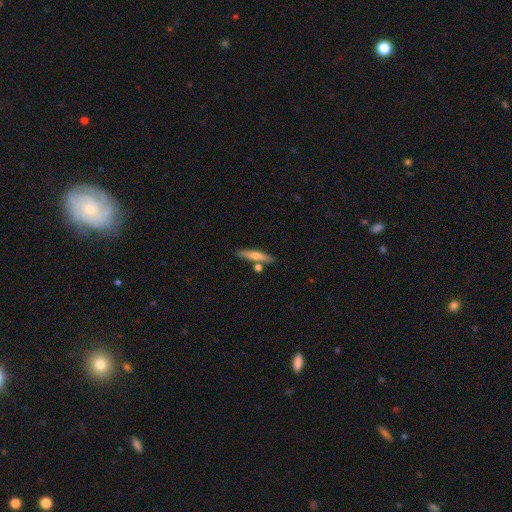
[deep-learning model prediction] smooth 59%, featured or disk 35%, star or artifact 6%. Down the decision tree: how rounded — cigar-shaped (85%); merging — none (77%).